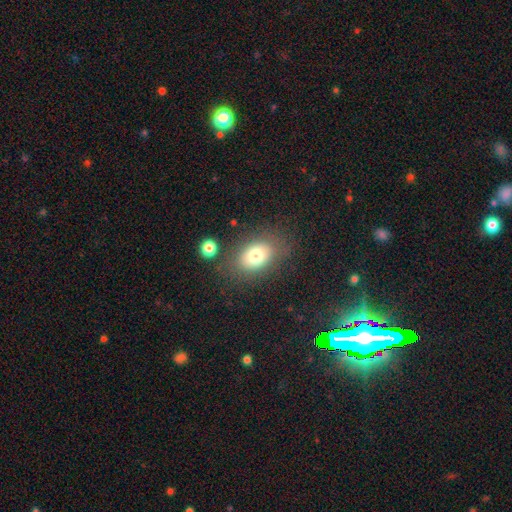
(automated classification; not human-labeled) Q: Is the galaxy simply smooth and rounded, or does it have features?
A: smooth — 76%.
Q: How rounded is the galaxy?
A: in between — 80%.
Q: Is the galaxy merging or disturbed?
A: none — 75%.